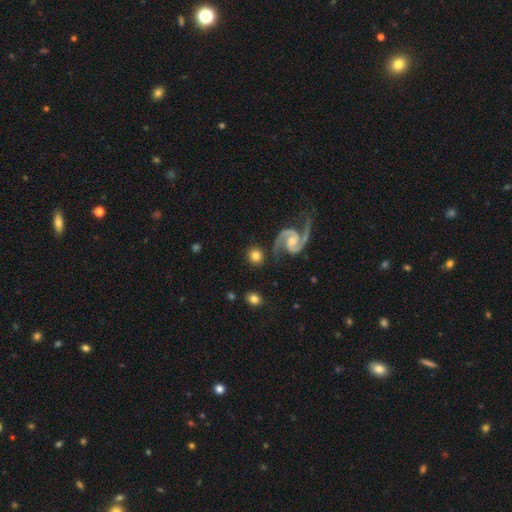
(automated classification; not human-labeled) smooth-or-featured: smooth: 58% | featured or disk: 34% | star or artifact: 8%
  how-rounded: round: 89% | in between: 10% | cigar-shaped: 1%
  merging: none: 82% | minor disturbance: 9% | merger: 5% | major disturbance: 4%